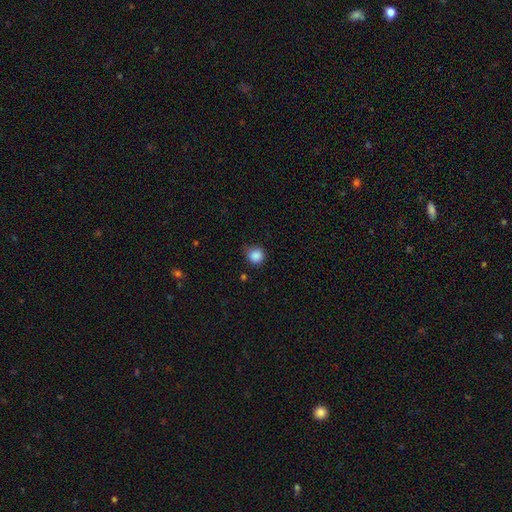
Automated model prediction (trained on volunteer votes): Smooth or featured? Predicted: smooth (p=0.87). How rounded? Predicted: round (p=0.91). Merging? Predicted: none (p=0.75).